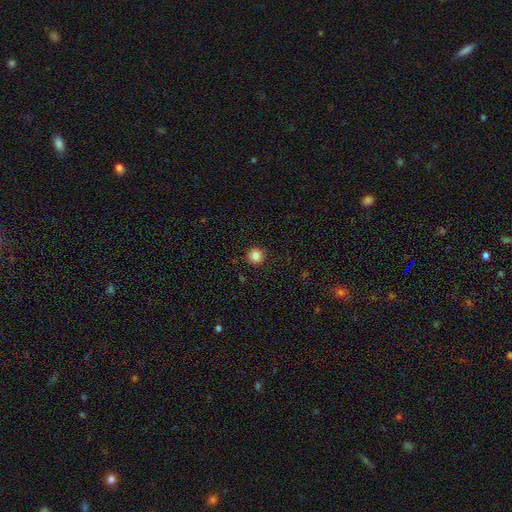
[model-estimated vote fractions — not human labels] Morphology: type=smooth (84%); roundness=round (93%); merging=none (91%).